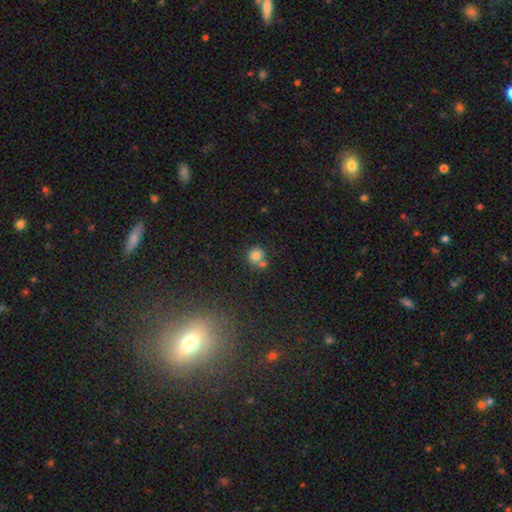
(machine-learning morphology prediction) This appears to be a smooth galaxy with no disk features (78%) that is round (87%). Merging: none (49%).